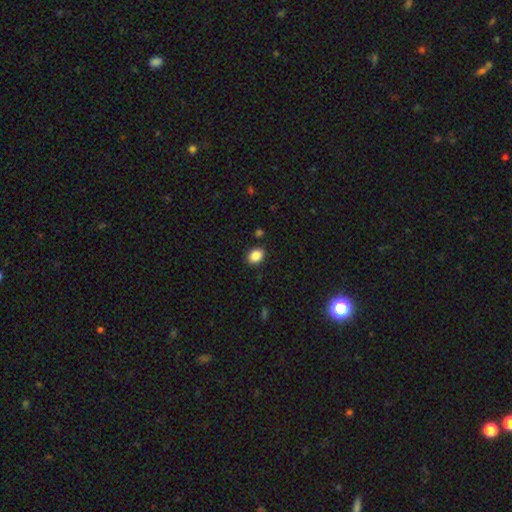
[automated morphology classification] Q: Smooth or featured?
A: smooth (87%); runner-up: star or artifact (9%)
Q: How rounded?
A: in between (68%); runner-up: round (31%)
Q: Merging?
A: none (88%); runner-up: minor disturbance (8%)